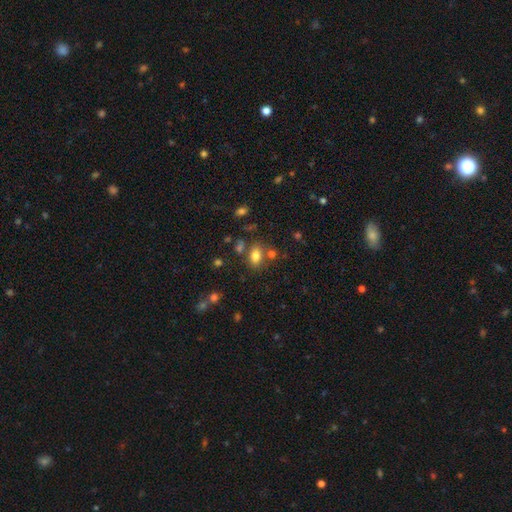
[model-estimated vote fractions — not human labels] smooth-or-featured: smooth: 79% | star or artifact: 12% | featured or disk: 8%
  how-rounded: in between: 78% | round: 20% | cigar-shaped: 2%
  merging: none: 66% | merger: 16% | minor disturbance: 13% | major disturbance: 5%